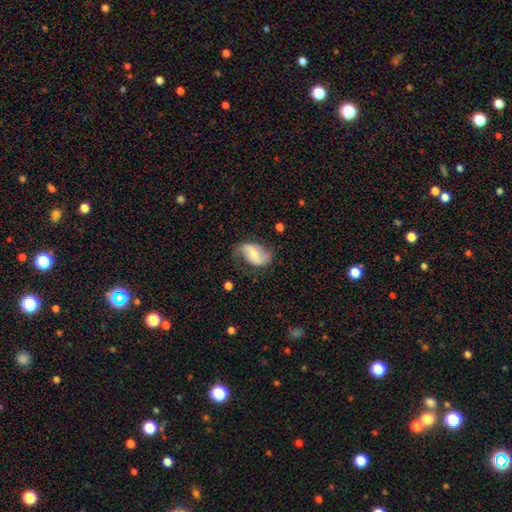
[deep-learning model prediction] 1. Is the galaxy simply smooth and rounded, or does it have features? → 71% featured or disk, 20% smooth, 8% star or artifact.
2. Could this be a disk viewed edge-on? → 96% no, 4% yes.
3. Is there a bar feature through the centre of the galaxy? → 47% no, 38% weak, 14% strong.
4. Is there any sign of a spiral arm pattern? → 91% yes, 9% no.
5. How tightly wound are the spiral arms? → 40% loose, 38% medium, 21% tight.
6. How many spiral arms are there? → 84% 2, 8% can't tell, 5% 1, 1% 3, 1% 4, 1% more than 4.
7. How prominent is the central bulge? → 52% moderate, 41% small, 3% large, 2% none, 1% dominant.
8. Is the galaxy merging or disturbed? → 67% none, 22% minor disturbance, 9% major disturbance, 2% merger.